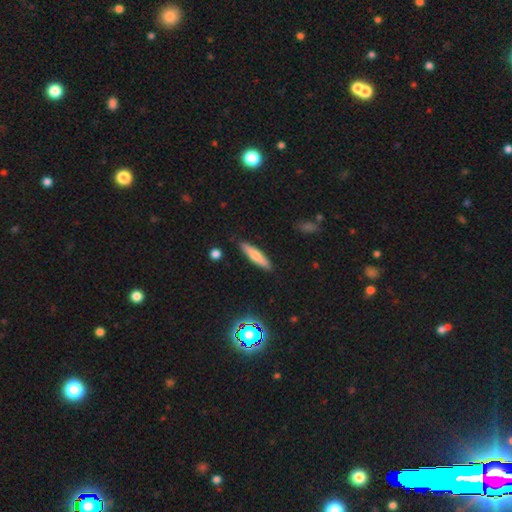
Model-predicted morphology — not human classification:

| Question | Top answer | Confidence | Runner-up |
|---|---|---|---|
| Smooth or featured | smooth | 66% | featured or disk (26%) |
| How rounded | cigar-shaped | 78% | in between (20%) |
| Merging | none | 89% | minor disturbance (8%) |